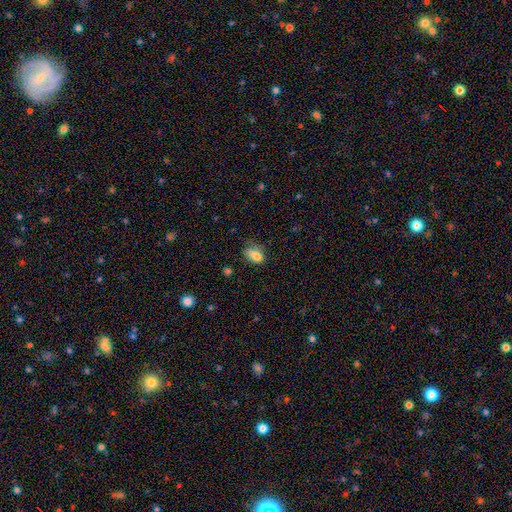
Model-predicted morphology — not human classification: Smooth or featured?
  - smooth: 79% *
  - featured or disk: 10%
  - star or artifact: 10%
How rounded?
  - in between: 78% *
  - round: 19%
  - cigar-shaped: 3%
Merging?
  - none: 48% *
  - minor disturbance: 35%
  - major disturbance: 14%
  - merger: 3%